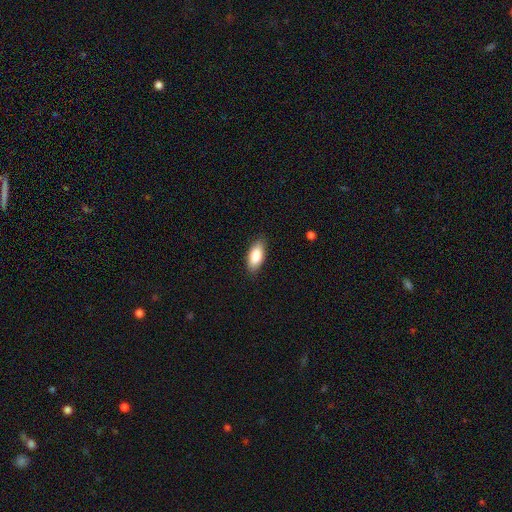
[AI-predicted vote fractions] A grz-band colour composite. It shows a smooth galaxy with no disk features (83%) that is in between round and cigar-shaped (87%). Merging: none (87%).